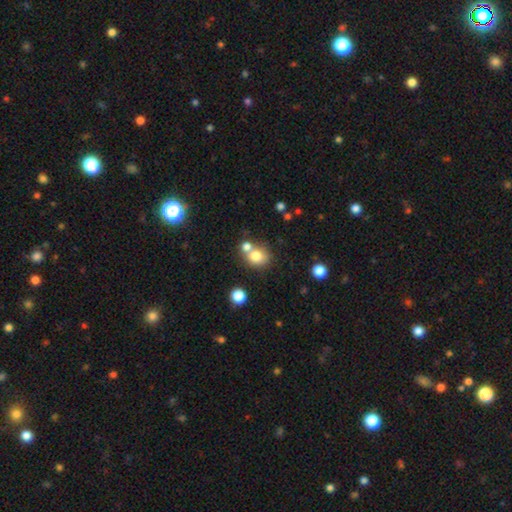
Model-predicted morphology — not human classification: A smooth galaxy with no disk features (78%) that is round (76%). Merging: none (48%).